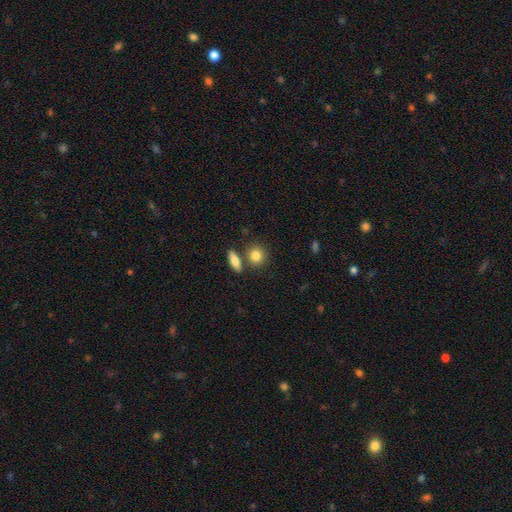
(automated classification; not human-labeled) The model was most divided on "how rounded": round: 70%, in between: 26%, cigar-shaped: 4%. More confident: smooth or featured — smooth (84%); merging — none (70%).